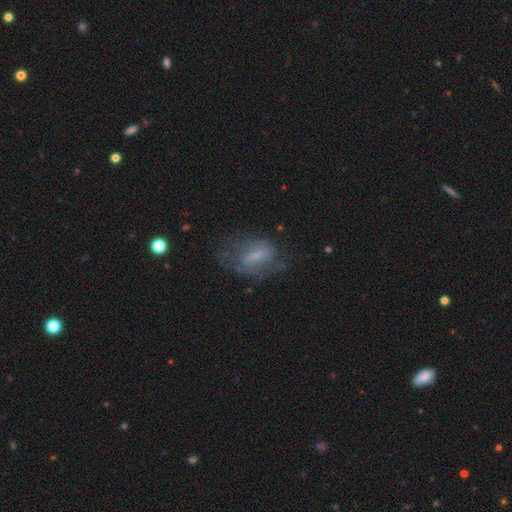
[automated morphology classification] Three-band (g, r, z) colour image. It shows a smooth galaxy with no disk features (46%). Merging: none (46%).